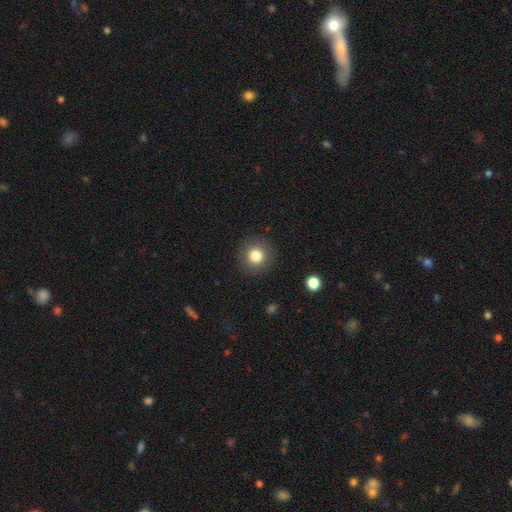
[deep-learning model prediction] Smooth or featured: smooth — 80% (star or artifact — 11%)
How rounded: round — 95% (in between — 4%)
Merging: none — 90% (minor disturbance — 6%)